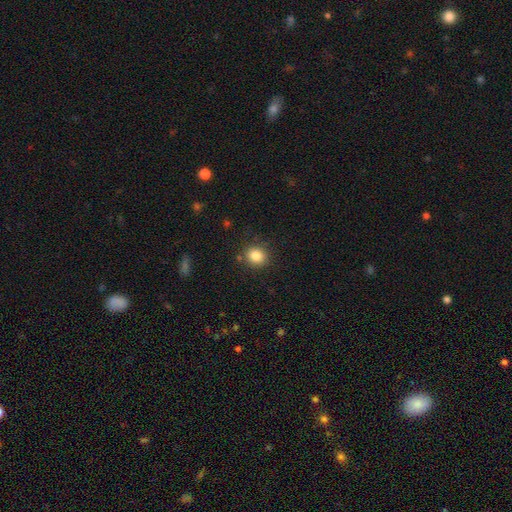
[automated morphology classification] The model was most divided on "how rounded": round: 79%, in between: 20%, cigar-shaped: 1%. More confident: merging — none (85%); smooth or featured — smooth (84%).